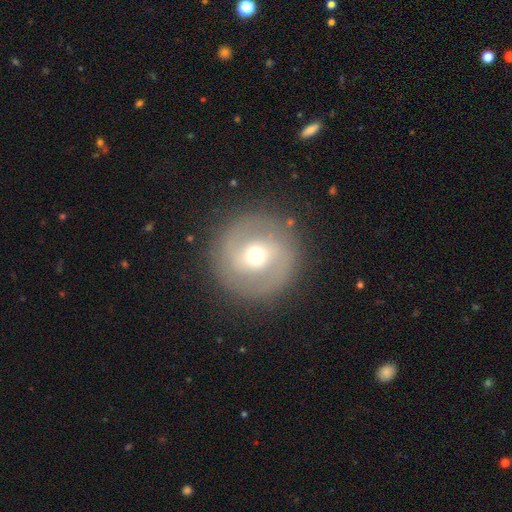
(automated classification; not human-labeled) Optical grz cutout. It shows a featured or disk galaxy (61%) with no bar (41%), spiral arms (68%) and a moderate central bulge (61%). Merging: none (87%).